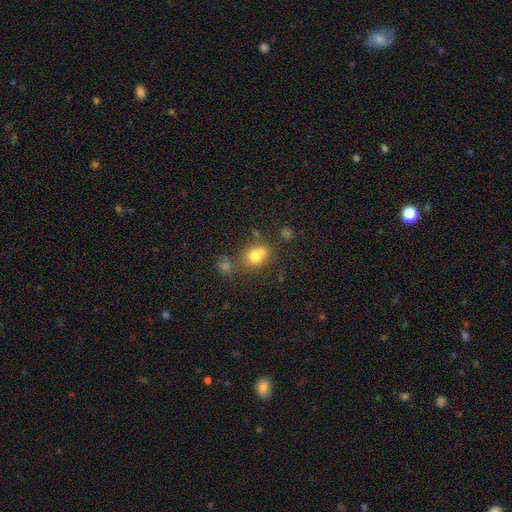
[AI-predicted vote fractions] Smooth or featured? smooth (74%)
How rounded? round (58%)
Merging? none (44%)